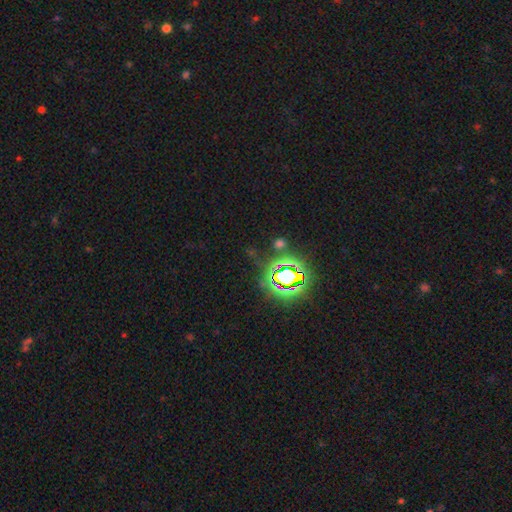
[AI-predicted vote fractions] Smooth or featured? Predicted: star or artifact (p=0.78).